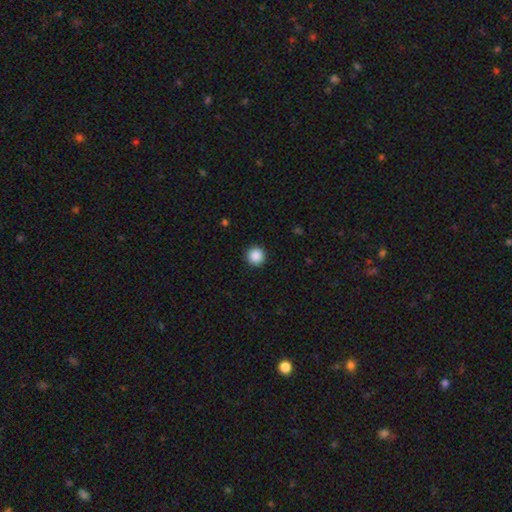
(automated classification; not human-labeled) The model was most divided on "smooth or featured": smooth: 88%, star or artifact: 9%, featured or disk: 2%. More confident: how rounded — round (96%); merging — none (93%).